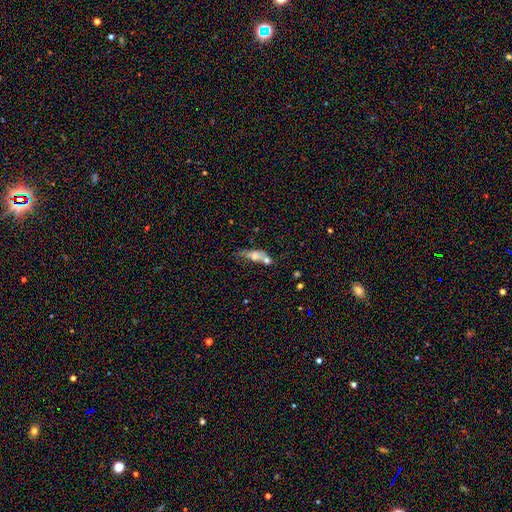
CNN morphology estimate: This appears to be a smooth galaxy with no disk features (59%) that is in between round and cigar-shaped (60%). Merging: merger (47%).